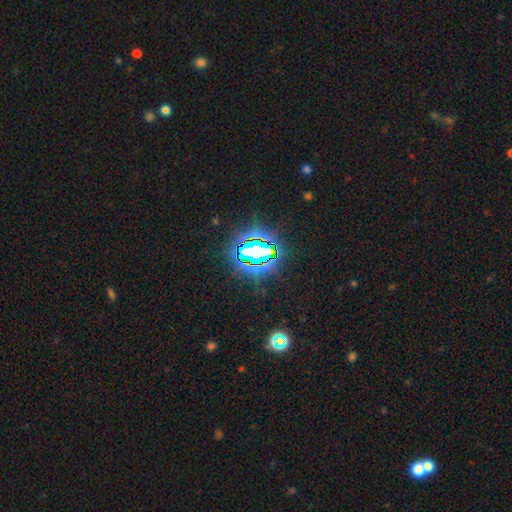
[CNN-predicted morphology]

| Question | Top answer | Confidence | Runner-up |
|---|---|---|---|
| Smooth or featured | star or artifact | 75% | smooth (14%) |